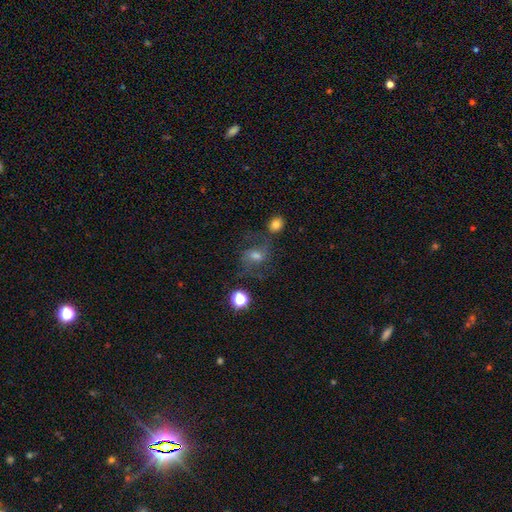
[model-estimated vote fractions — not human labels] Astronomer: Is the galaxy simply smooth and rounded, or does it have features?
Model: featured or disk — 58%.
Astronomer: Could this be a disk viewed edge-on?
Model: no — 96%.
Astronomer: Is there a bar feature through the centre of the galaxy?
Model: weak — 48% (runner-up: no, 37%).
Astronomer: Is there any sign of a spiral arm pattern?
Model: yes — 88%.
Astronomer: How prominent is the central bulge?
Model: moderate — 55%.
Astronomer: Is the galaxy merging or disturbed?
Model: none — 61%.